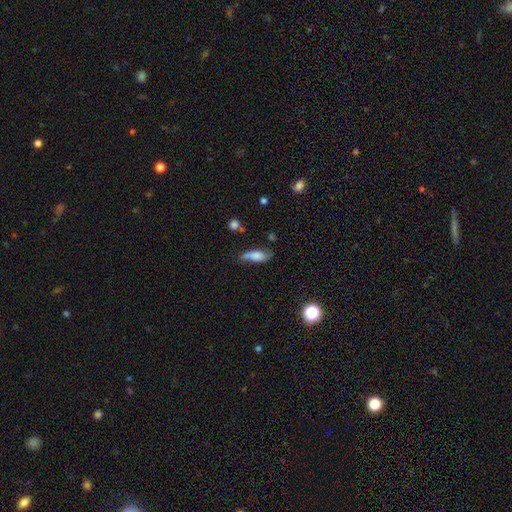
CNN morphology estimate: The model was most divided on "merging": none: 51%, minor disturbance: 31%, major disturbance: 10%, merger: 7%. More confident: smooth or featured — smooth (70%); how rounded — in between (66%).